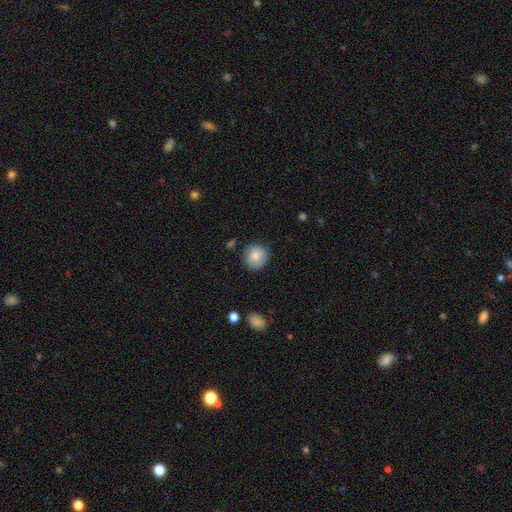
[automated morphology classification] smooth-or-featured: smooth: 83% | featured or disk: 9% | star or artifact: 8%
  how-rounded: round: 91% | in between: 8% | cigar-shaped: 1%
  merging: none: 84% | minor disturbance: 12% | major disturbance: 3% | merger: 2%